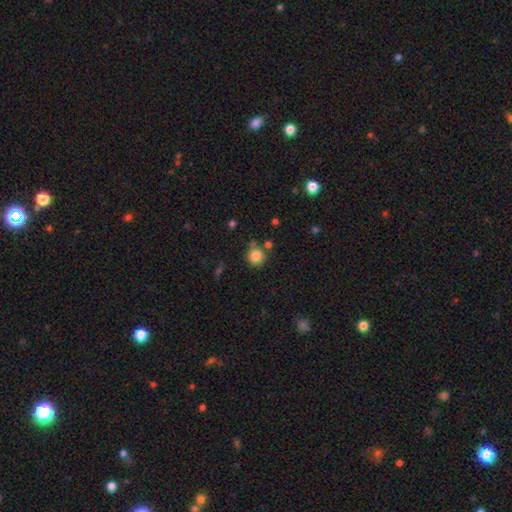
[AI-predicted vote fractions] The model was most divided on "merging": none: 74%, minor disturbance: 11%, merger: 10%, major disturbance: 4%. More confident: how rounded — round (93%); smooth or featured — smooth (85%).